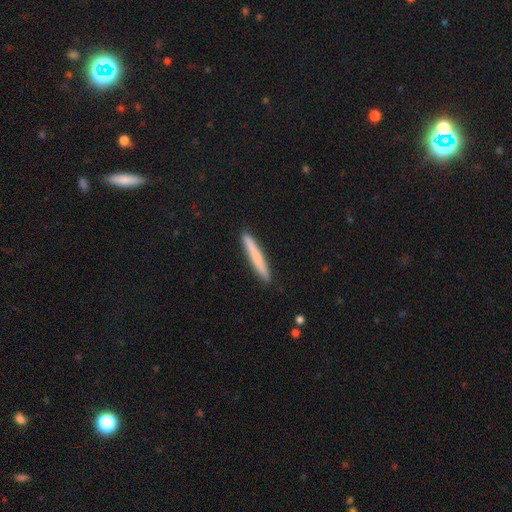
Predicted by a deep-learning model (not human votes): The model was most divided on "smooth or featured": smooth: 70%, featured or disk: 24%, star or artifact: 5%. More confident: how rounded — cigar-shaped (96%); merging — none (91%).